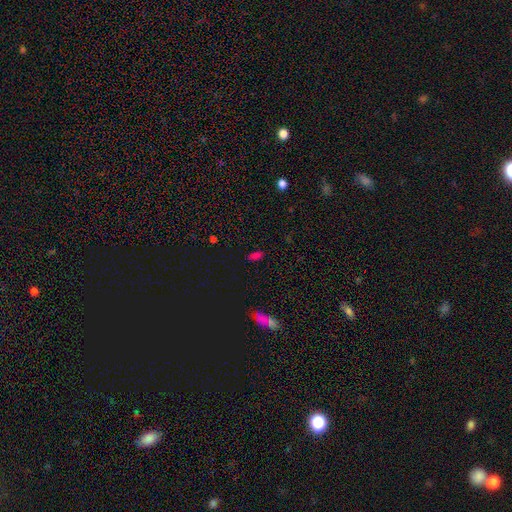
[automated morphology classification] smooth 65%, star or artifact 28%, featured or disk 6%. Down the decision tree: how rounded — in between (86%); merging — none (82%).